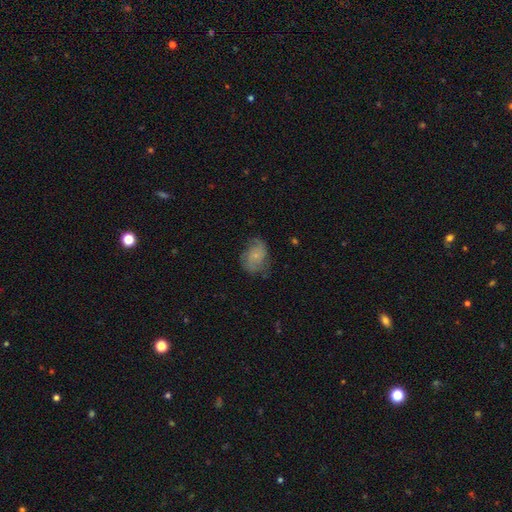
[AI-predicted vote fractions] This appears to be a featured or disk galaxy (54%) with no bar (77%), spiral arms (85%) and a small central bulge (72%). Merging: none (57%).